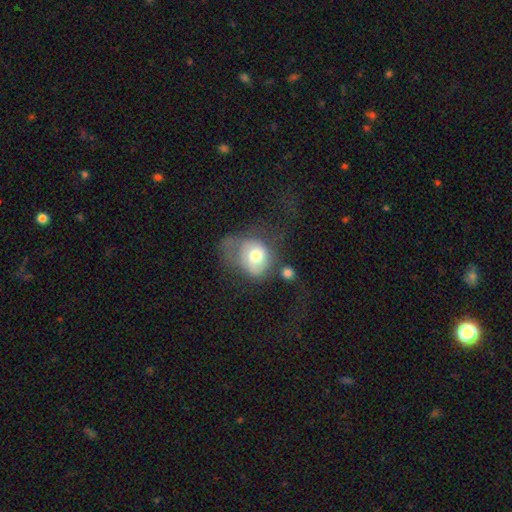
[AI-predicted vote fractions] Overall: smooth (65%; featured or disk 26%). How rounded: round (60%; in between 39%). Merging: major disturbance (42%; none 23%).